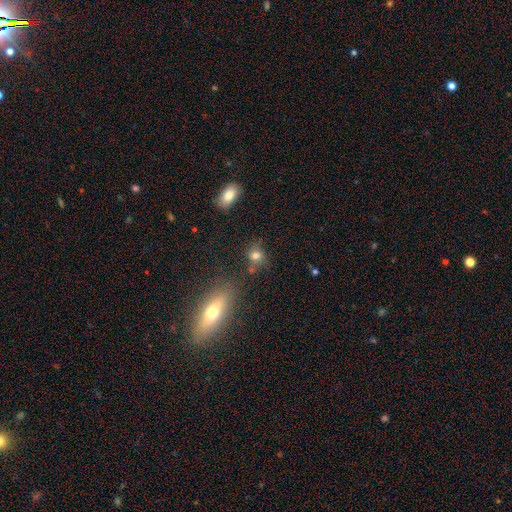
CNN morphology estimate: smooth_or_featured: smooth (p=0.74) [alt: star or artifact p=0.15]
how_rounded: round (p=0.66) [alt: in between p=0.32]
merging: none (p=0.63) [alt: minor disturbance p=0.18]